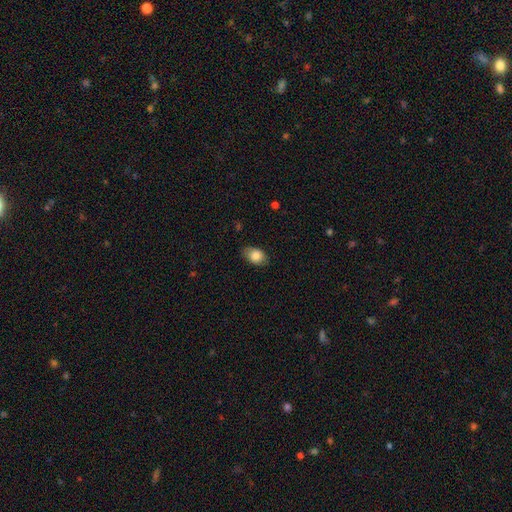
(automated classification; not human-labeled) Smooth or featured? smooth (84%)
How rounded? in between (84%)
Merging? none (79%)